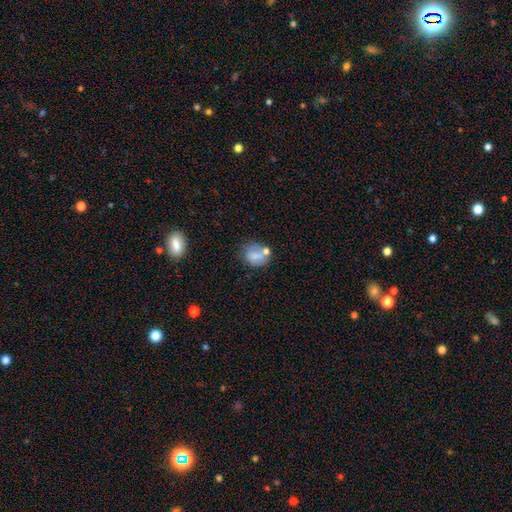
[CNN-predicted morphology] Overall: smooth (68%). How rounded: in between (51%; round 48%). Merging: none (46%; minor disturbance 22%).